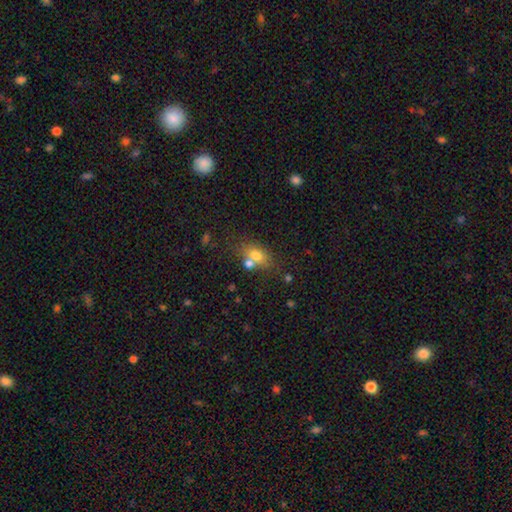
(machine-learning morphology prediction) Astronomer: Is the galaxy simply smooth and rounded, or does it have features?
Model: smooth — 73%.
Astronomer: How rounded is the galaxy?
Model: in between — 74%.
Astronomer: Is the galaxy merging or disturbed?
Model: none — 50% (runner-up: merger, 31%).